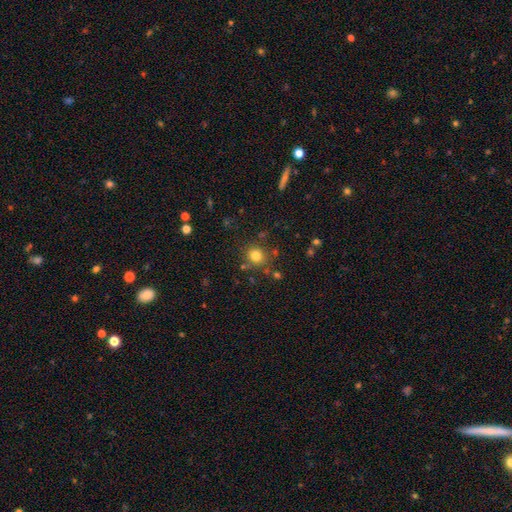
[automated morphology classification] smooth-or-featured: smooth: 78% | star or artifact: 14% | featured or disk: 7%
  how-rounded: round: 85% | in between: 15% | cigar-shaped: 1%
  merging: none: 79% | minor disturbance: 10% | merger: 6% | major disturbance: 4%